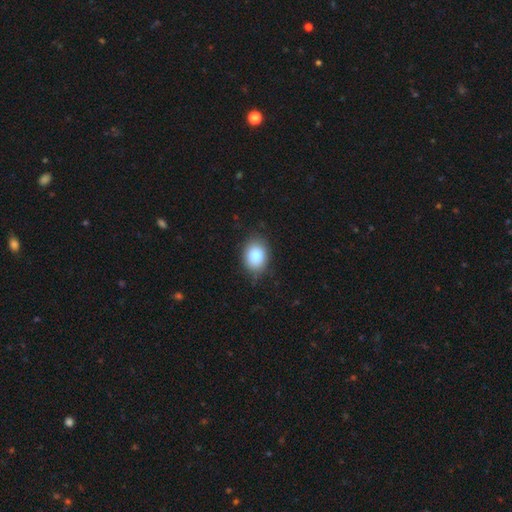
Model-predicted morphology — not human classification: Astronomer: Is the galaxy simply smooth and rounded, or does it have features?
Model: smooth — 83%.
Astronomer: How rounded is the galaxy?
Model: in between — 64%.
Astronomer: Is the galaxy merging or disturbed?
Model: none — 84%.